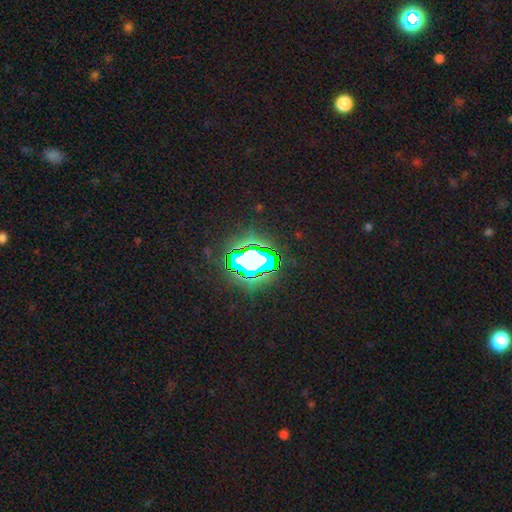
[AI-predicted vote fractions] smooth_or_featured: star or artifact (p=0.76) [alt: smooth p=0.14]